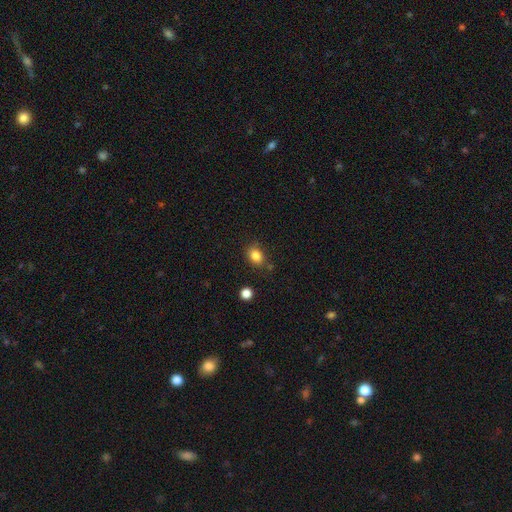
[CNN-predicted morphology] This is clearly a smooth galaxy (84%). How rounded: possibly in between (59%). Merging: likely none (75%).